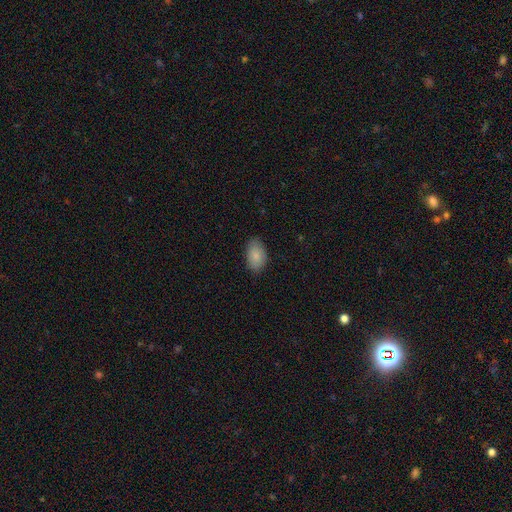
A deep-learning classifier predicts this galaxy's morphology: The model was most divided on "merging": none: 83%, minor disturbance: 14%, major disturbance: 3%, merger: 1%. More confident: how rounded — in between (91%); smooth or featured — smooth (86%).